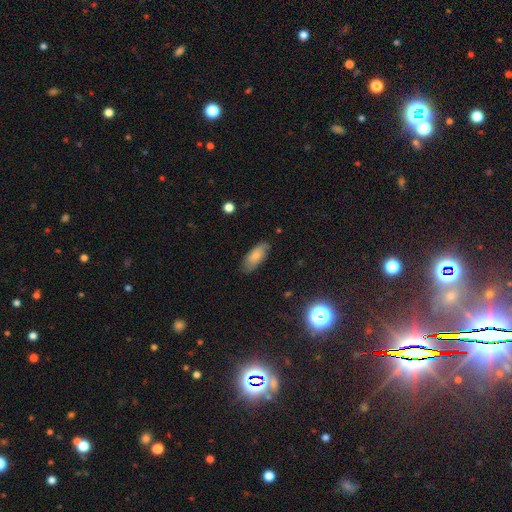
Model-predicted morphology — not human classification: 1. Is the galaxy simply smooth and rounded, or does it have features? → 68% smooth, 24% featured or disk, 8% star or artifact.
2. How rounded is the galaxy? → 83% in between, 14% cigar-shaped, 2% round.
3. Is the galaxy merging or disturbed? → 78% none, 18% minor disturbance, 3% major disturbance, 1% merger.